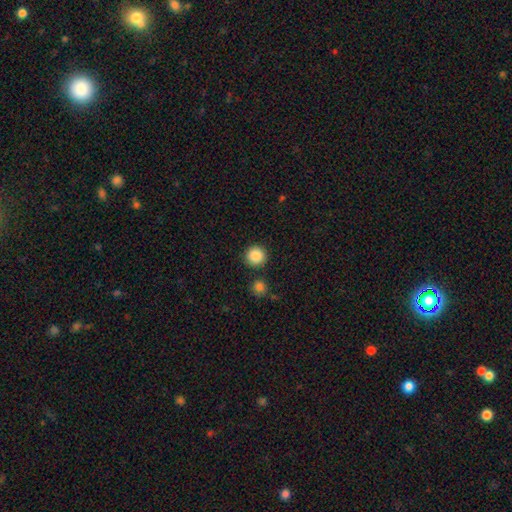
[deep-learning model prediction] Smooth or featured? Predicted: smooth (p=0.87). How rounded? Predicted: round (p=0.95). Merging? Predicted: none (p=0.88).